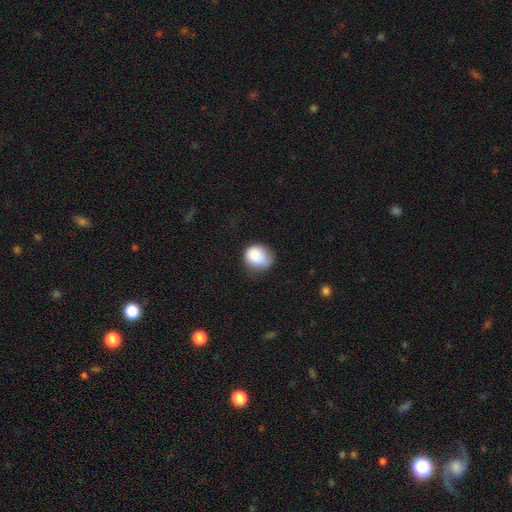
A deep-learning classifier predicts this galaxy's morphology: This is clearly a smooth galaxy (86%). How rounded: likely round (65%). Merging: possibly none (49%).